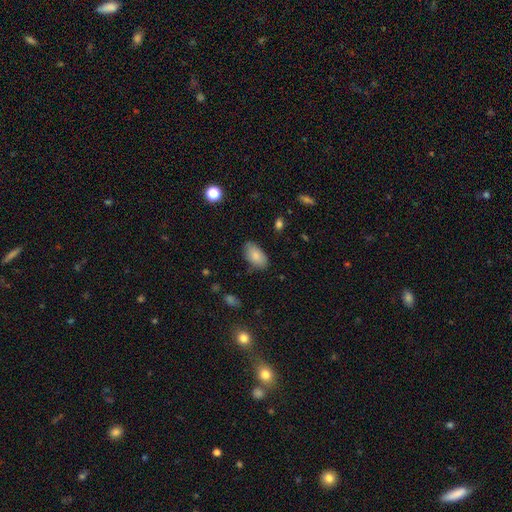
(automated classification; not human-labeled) Smooth or featured?
  - smooth: 85% *
  - featured or disk: 8%
  - star or artifact: 7%
How rounded?
  - in between: 94% *
  - round: 3%
  - cigar-shaped: 2%
Merging?
  - none: 79% *
  - minor disturbance: 16%
  - major disturbance: 3%
  - merger: 2%